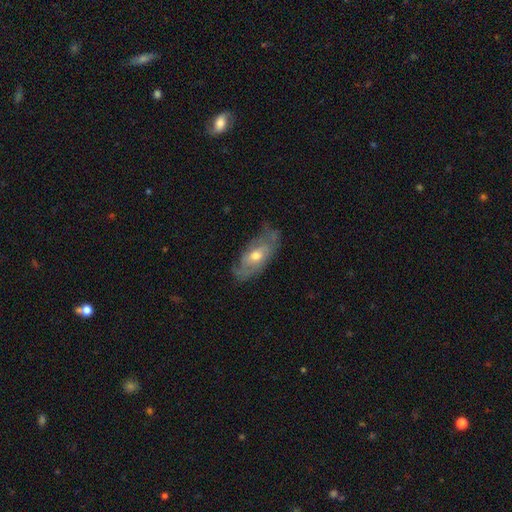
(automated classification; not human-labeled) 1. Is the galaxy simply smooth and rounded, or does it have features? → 62% featured or disk, 31% smooth, 7% star or artifact.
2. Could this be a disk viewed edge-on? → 82% no, 18% yes.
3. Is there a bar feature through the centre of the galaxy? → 74% no, 22% weak, 4% strong.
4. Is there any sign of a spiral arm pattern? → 67% yes, 33% no.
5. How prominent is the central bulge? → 69% moderate, 23% small, 6% large, 1% none, 1% dominant.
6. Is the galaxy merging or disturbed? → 66% none, 25% minor disturbance, 8% major disturbance, 2% merger.